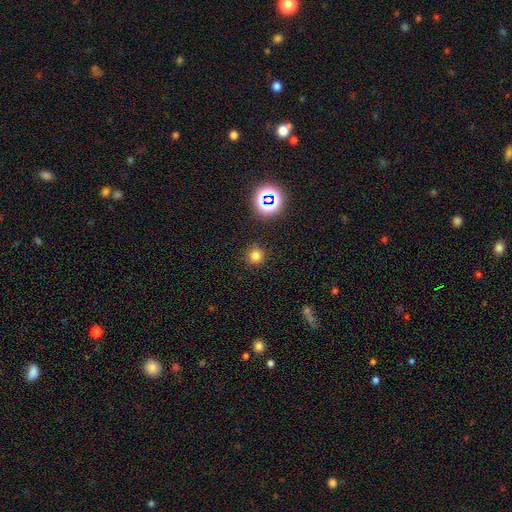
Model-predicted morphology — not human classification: smooth-or-featured: smooth: 75% | star or artifact: 20% | featured or disk: 5%
  how-rounded: round: 93% | in between: 6% | cigar-shaped: 1%
  merging: none: 90% | minor disturbance: 6% | major disturbance: 2% | merger: 2%